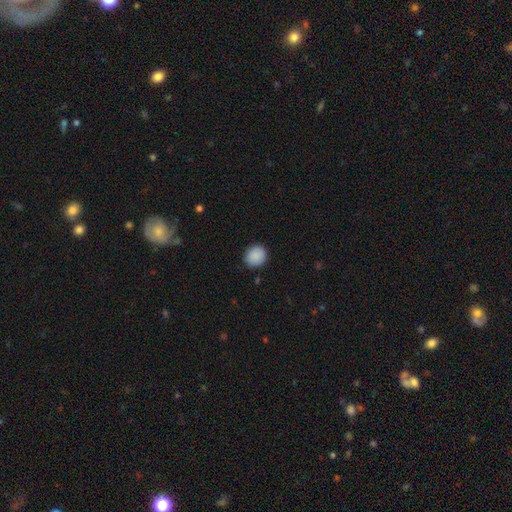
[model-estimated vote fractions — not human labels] Smooth or featured? smooth (89%)
How rounded? round (80%)
Merging? none (88%)